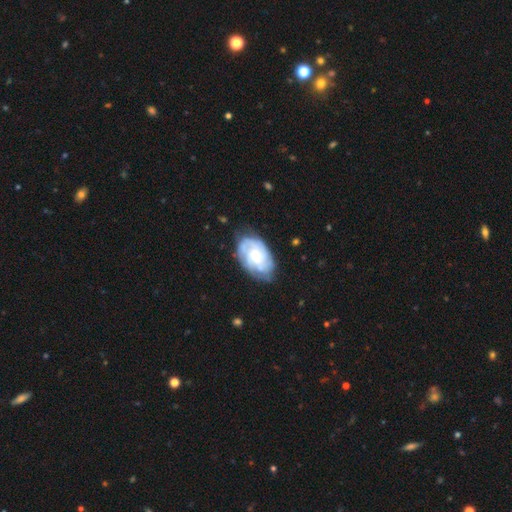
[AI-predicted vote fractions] Smooth or featured: featured or disk — 71% (smooth — 23%)
Edge-on disk: no — 97% (yes — 3%)
Bar: no — 73% (weak — 23%)
Spiral arms: yes — 88% (no — 12%)
Spiral winding: tight — 60% (medium — 31%)
Spiral arm count: can't tell — 45% (3 — 18%)
Bulge size: moderate — 46% (small — 44%)
Merging: none — 69% (minor disturbance — 22%)